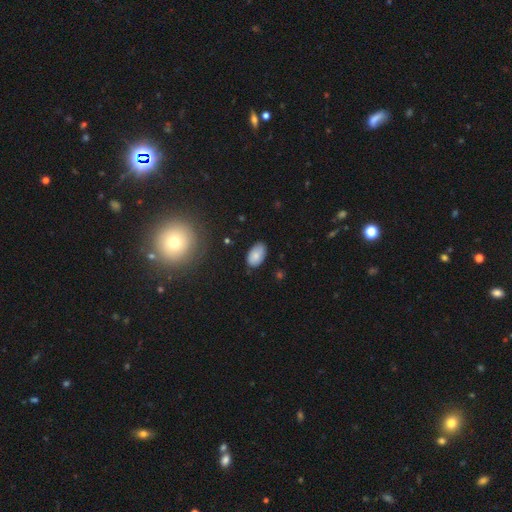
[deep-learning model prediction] Morphology: type=smooth (80%); roundness=in between (93%); merging=none (77%).